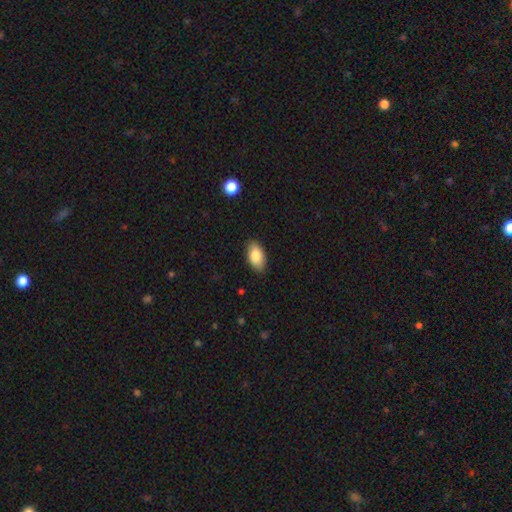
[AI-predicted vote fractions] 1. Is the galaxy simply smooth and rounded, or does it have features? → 85% smooth, 8% featured or disk, 7% star or artifact.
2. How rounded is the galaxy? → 94% in between, 4% round, 2% cigar-shaped.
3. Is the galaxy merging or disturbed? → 87% none, 10% minor disturbance, 2% major disturbance, 1% merger.